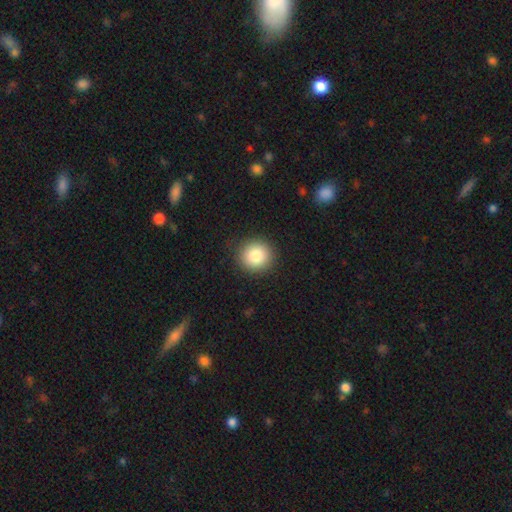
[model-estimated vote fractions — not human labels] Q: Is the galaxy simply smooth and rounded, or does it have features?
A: smooth — 84%.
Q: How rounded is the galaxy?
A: round — 92%.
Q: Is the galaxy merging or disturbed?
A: none — 90%.